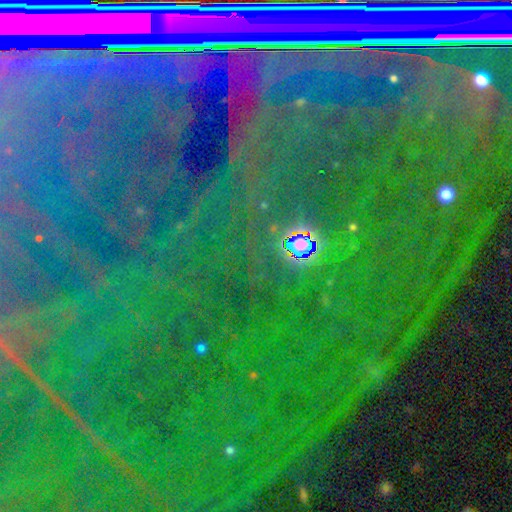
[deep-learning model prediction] The model was most divided on "smooth or featured": star or artifact: 84%, featured or disk: 8%, smooth: 8%.